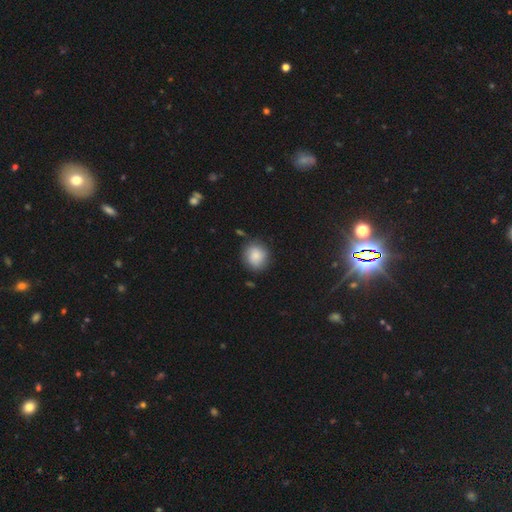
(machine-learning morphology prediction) smooth_or_featured: smooth (p=0.84) [alt: featured or disk p=0.08]
how_rounded: round (p=0.82) [alt: in between p=0.17]
merging: none (p=0.80) [alt: minor disturbance p=0.15]